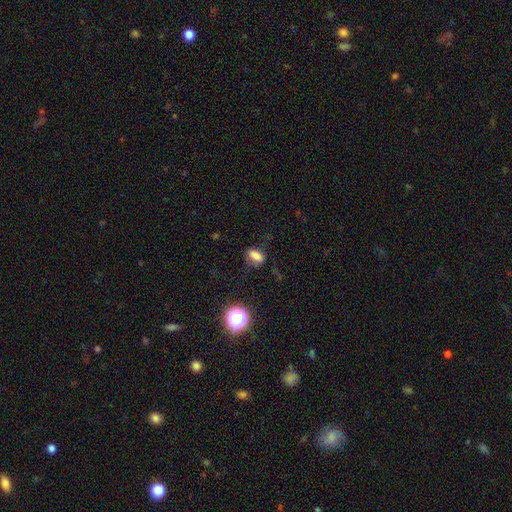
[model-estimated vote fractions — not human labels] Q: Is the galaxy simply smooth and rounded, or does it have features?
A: smooth — 78%.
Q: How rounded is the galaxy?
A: in between — 81%.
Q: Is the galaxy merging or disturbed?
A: none — 69%.